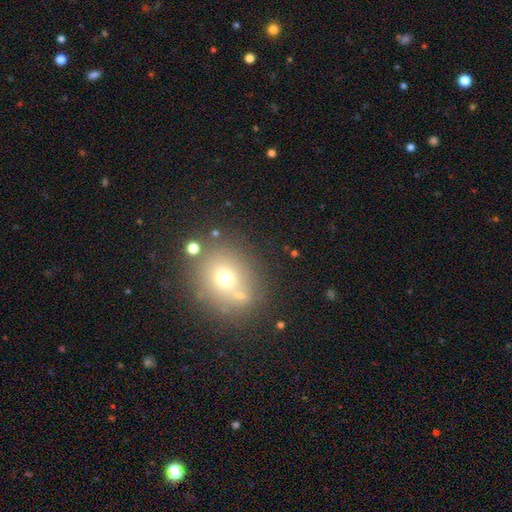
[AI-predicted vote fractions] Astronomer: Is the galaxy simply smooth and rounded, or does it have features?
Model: smooth — 53% (runner-up: star or artifact, 28%).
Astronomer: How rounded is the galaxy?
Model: round — 75%.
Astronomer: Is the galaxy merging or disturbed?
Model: none — 73%.